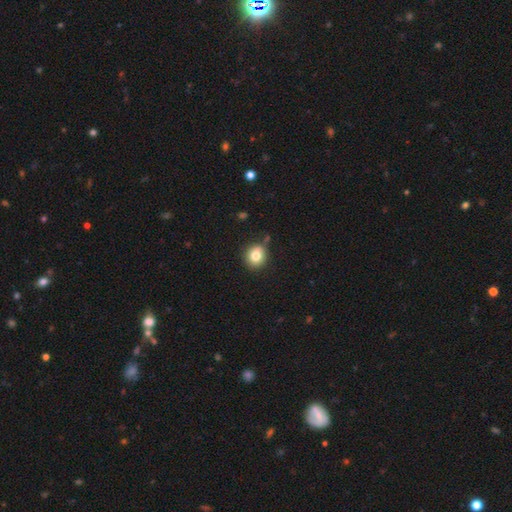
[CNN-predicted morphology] Overall: smooth (81%). How rounded: round (85%). Merging: none (80%).